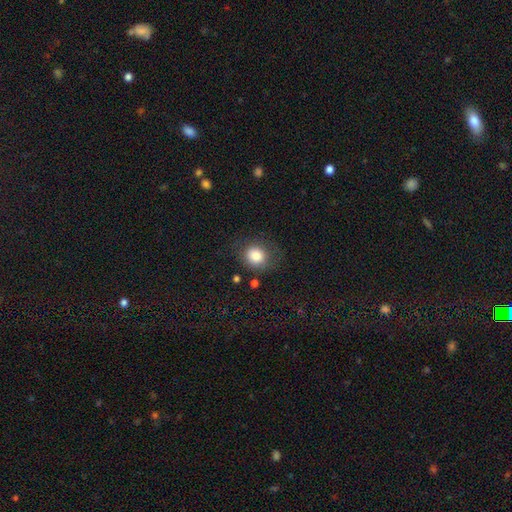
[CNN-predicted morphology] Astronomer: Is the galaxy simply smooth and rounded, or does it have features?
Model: smooth — 83%.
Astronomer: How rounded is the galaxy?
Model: round — 71%.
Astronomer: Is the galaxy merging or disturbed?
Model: none — 72%.